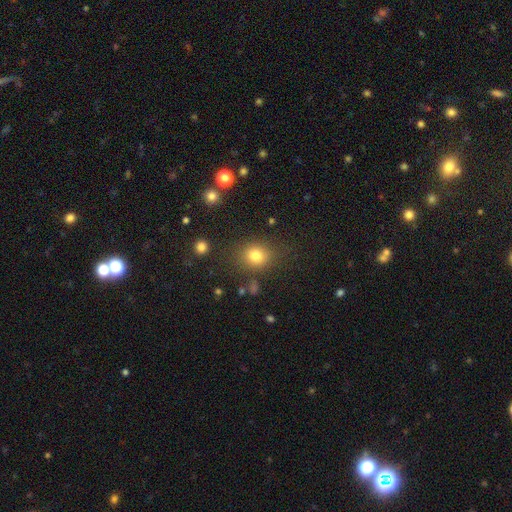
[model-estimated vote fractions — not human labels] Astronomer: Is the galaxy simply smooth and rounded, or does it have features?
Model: smooth — 79%.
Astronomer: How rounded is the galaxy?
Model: round — 71%.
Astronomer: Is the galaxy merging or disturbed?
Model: none — 80%.